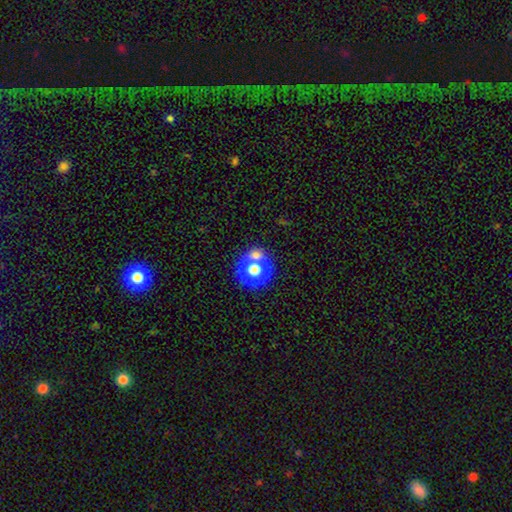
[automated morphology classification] Smooth or featured? smooth (63%)
How rounded? round (81%)
Merging? none (53%)